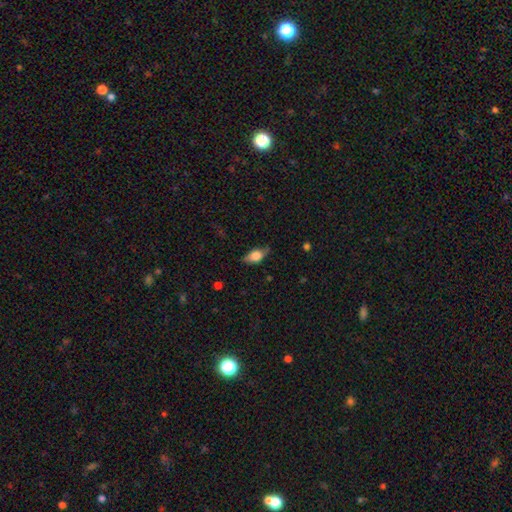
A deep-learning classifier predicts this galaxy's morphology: Smooth or featured: smooth — 66% (featured or disk — 26%)
How rounded: in between — 83% (cigar-shaped — 9%)
Merging: none — 67% (minor disturbance — 25%)